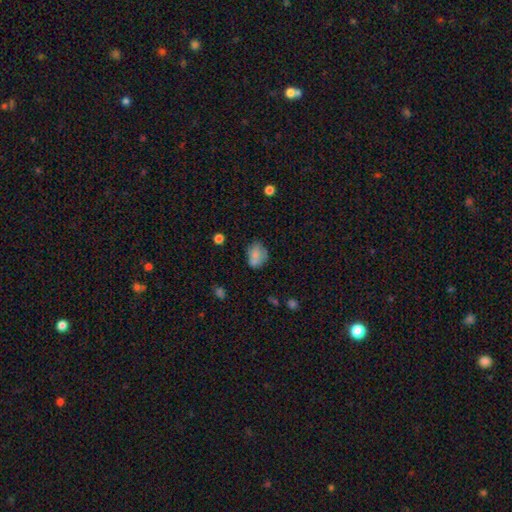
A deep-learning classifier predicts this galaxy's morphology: Smooth or featured? smooth (72%)
How rounded? in between (54%)
Merging? none (52%)